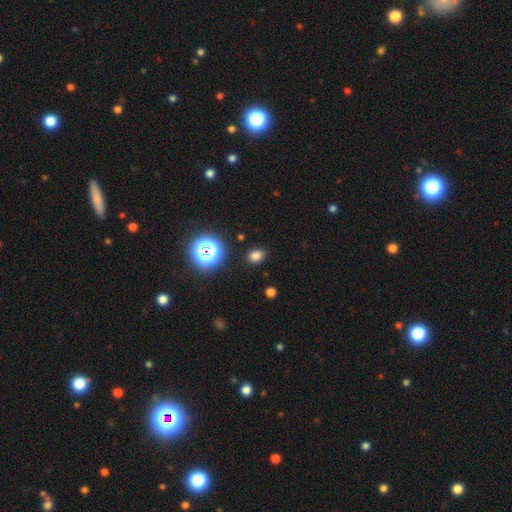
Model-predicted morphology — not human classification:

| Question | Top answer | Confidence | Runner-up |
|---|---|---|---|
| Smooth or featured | smooth | 74% | star or artifact (21%) |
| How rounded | in between | 51% | round (48%) |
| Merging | none | 87% | minor disturbance (9%) |